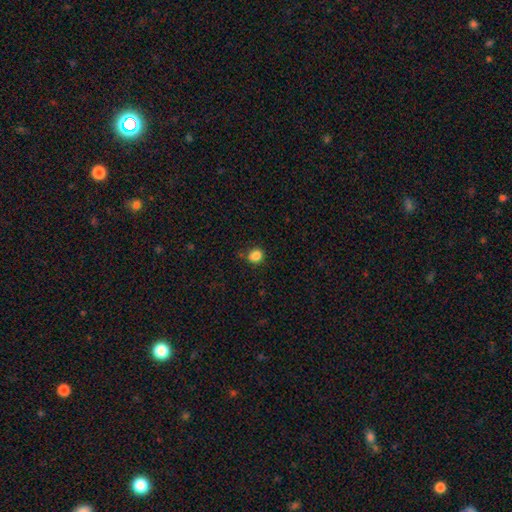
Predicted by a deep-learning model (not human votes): This appears to be a smooth galaxy with no disk features (85%) that is round (81%). Merging: none (80%).